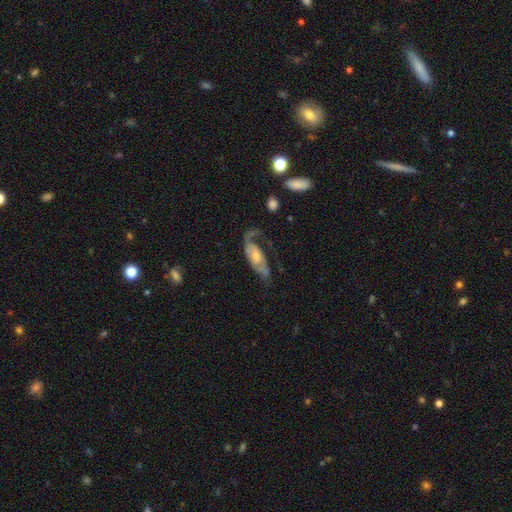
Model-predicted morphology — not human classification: Smooth or featured: featured or disk — 76% (smooth — 17%)
Edge-on disk: no — 88% (yes — 12%)
Bar: no — 61% (weak — 30%)
Spiral arms: yes — 88% (no — 12%)
Spiral winding: medium — 41% (loose — 37%)
Spiral arm count: 2 — 67% (1 — 18%)
Bulge size: small — 45% (moderate — 43%)
Merging: none — 49% (major disturbance — 27%)